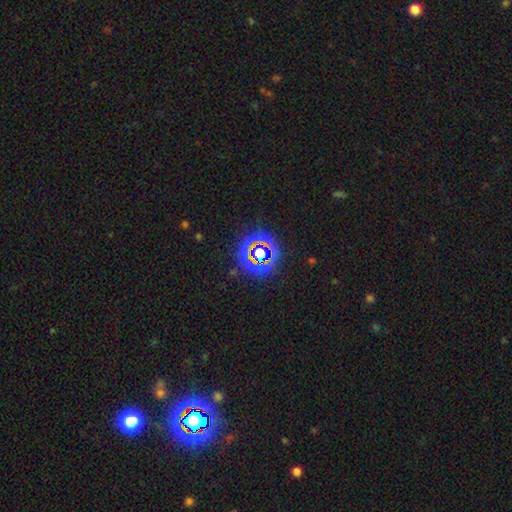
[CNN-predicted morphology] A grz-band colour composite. It shows a star or artifact, not a galaxy (79%).